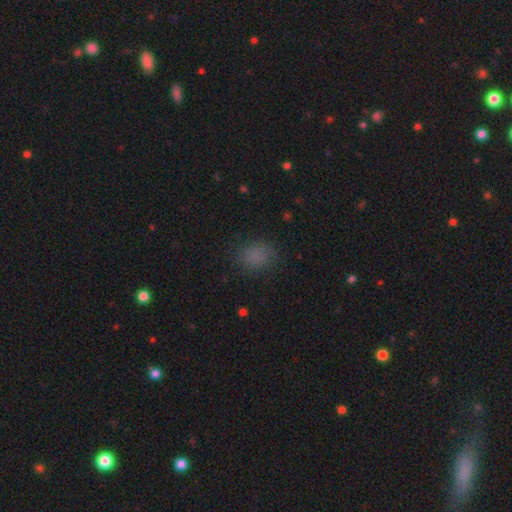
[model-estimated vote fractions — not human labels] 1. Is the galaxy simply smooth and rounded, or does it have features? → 81% smooth, 15% star or artifact, 4% featured or disk.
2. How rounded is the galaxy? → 52% in between, 47% round, 1% cigar-shaped.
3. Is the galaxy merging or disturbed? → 82% none, 12% minor disturbance, 5% major disturbance, 1% merger.